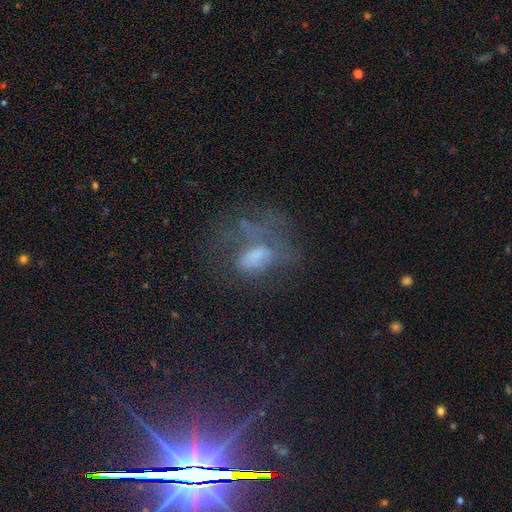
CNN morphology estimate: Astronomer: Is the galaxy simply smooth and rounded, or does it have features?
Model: featured or disk — 40% (runner-up: smooth, 36%).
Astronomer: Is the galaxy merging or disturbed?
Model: major disturbance — 48% (runner-up: none, 29%).